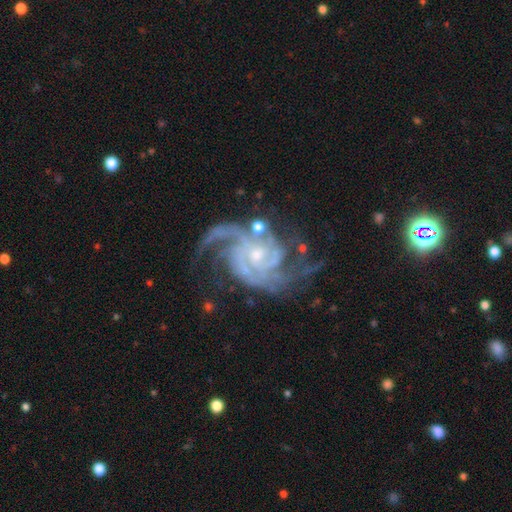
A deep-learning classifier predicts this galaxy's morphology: Overall: featured or disk (92%). Edge-on disk: no (98%). Bar: no (64%; weak 28%). Spiral arms: yes (98%). Spiral arm count: 3 (31%; 2 29%). Spiral winding: medium (46%; tight 41%). Bulge size: small (68%). Merging: none (59%).